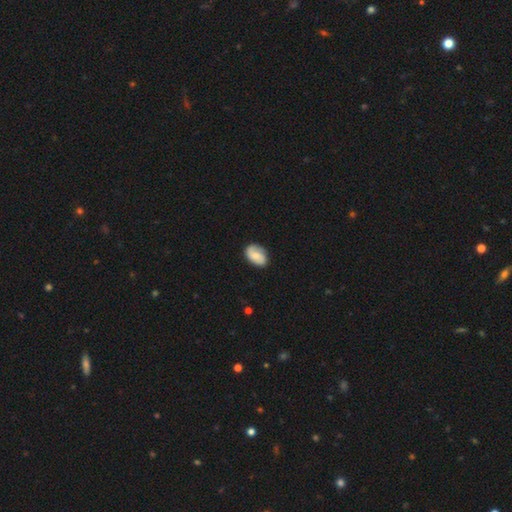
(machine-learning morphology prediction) type=smooth (51%); roundness=in between (86%); merging=none (79%).